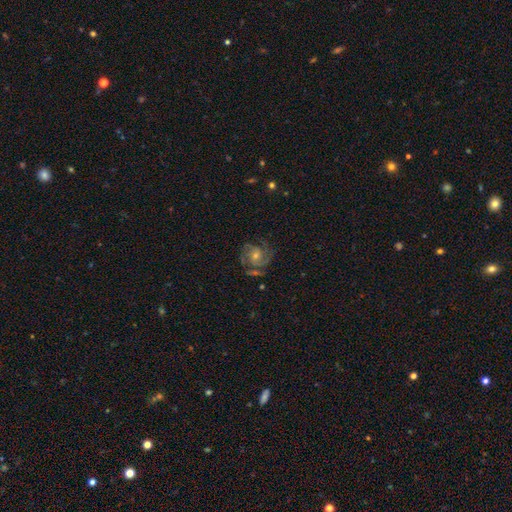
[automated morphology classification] smooth-or-featured: featured or disk: 82% | star or artifact: 9% | smooth: 9%
  disk-edge-on: no: 98% | yes: 2%
    bar: no: 69% | weak: 26% | strong: 6%
    has-spiral-arms: yes: 97% | no: 3%
      spiral-winding: tight: 51% | medium: 41% | loose: 8%
      spiral-arm-count: 3: 37% | 2: 34% | can't tell: 13% | 4: 7% | 1: 5% | more than 4: 5%
    bulge-size: moderate: 49% | small: 45% | large: 3% | none: 2% | dominant: 1%
  merging: none: 75% | minor disturbance: 15% | major disturbance: 8% | merger: 2%